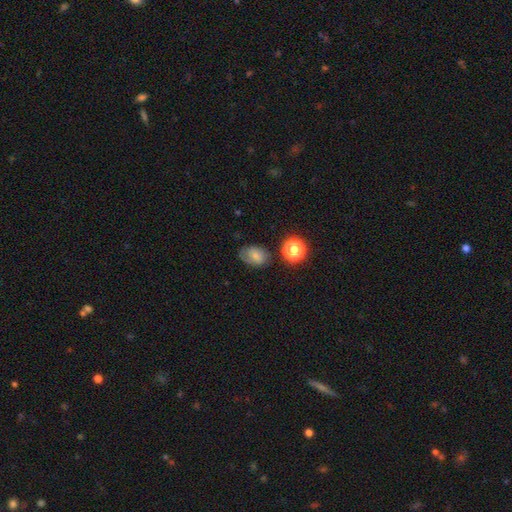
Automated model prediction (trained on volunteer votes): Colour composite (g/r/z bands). It shows a smooth galaxy with no disk features (69%) that is in between round and cigar-shaped (69%). Merging: none (60%).